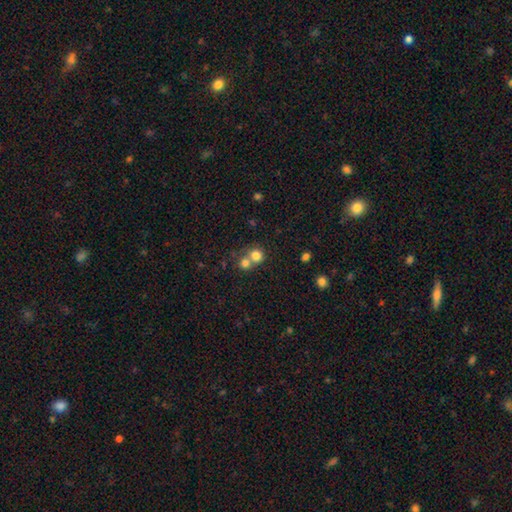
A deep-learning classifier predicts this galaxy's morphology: Smooth or featured? smooth (78%)
How rounded? round (86%)
Merging? merger (52%)